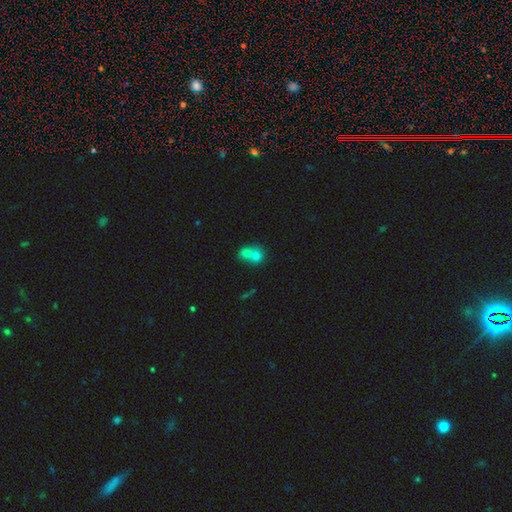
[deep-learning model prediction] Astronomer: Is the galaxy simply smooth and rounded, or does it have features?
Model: smooth — 69%.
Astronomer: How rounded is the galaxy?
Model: round — 70%.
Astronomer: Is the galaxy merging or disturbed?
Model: merger — 68%.